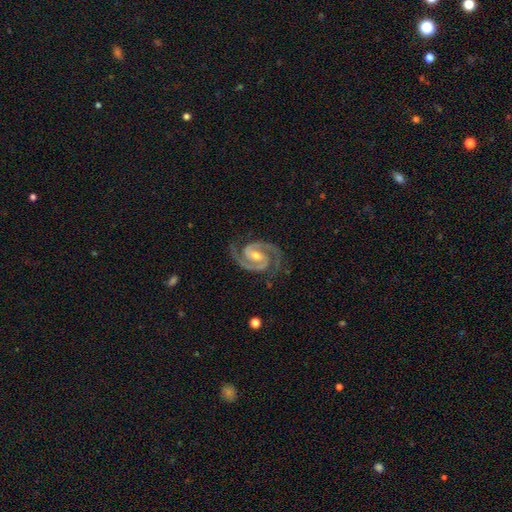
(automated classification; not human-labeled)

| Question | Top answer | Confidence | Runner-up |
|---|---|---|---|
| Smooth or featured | featured or disk | 94% | star or artifact (4%) |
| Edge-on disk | no | 98% | yes (2%) |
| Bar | weak | 42% | strong (30%) |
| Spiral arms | yes | 99% | no (1%) |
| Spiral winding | medium | 50% | tight (45%) |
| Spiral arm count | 2 | 94% | 3 (2%) |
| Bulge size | moderate | 53% | small (43%) |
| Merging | none | 83% | minor disturbance (13%) |